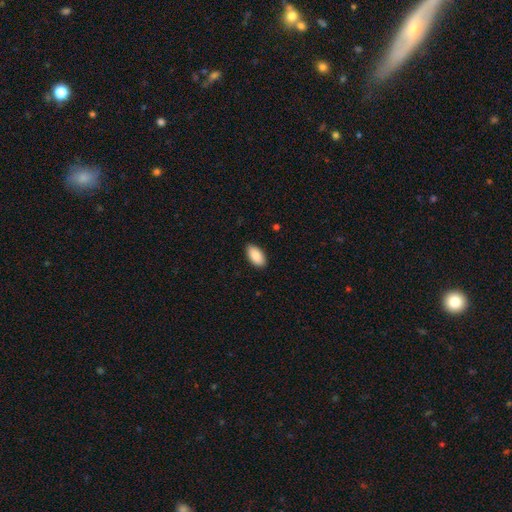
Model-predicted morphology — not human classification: smooth_or_featured: smooth (p=0.89) [alt: star or artifact p=0.06]
how_rounded: in between (p=0.95) [alt: cigar-shaped p=0.03]
merging: none (p=0.88) [alt: minor disturbance p=0.09]